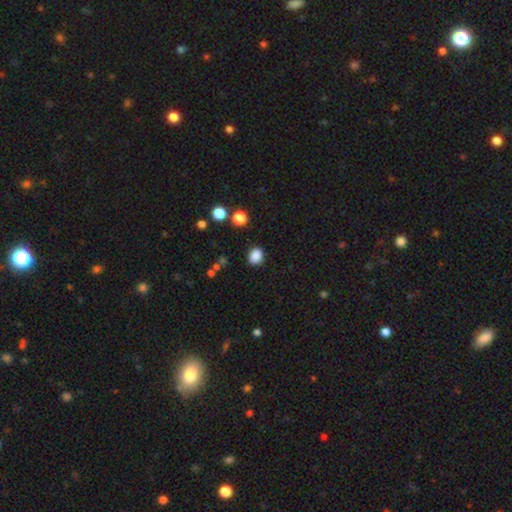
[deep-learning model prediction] Smooth or featured? smooth (85%)
How rounded? round (57%)
Merging? none (86%)